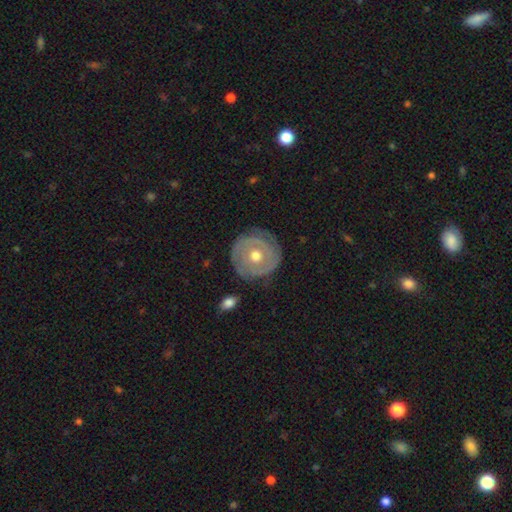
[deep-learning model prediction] This appears to be a featured or disk galaxy (70%) with no bar (82%), spiral arms (68%) and a moderate central bulge (80%). Merging: none (79%).